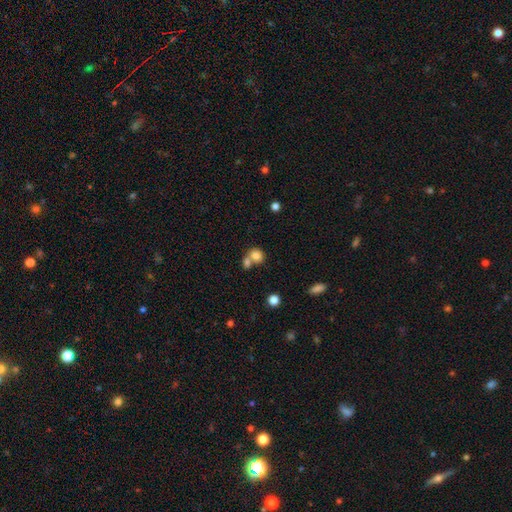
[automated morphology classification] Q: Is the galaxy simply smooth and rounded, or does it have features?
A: smooth — 80%.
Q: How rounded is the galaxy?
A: round — 74%.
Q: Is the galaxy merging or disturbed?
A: merger — 49%.